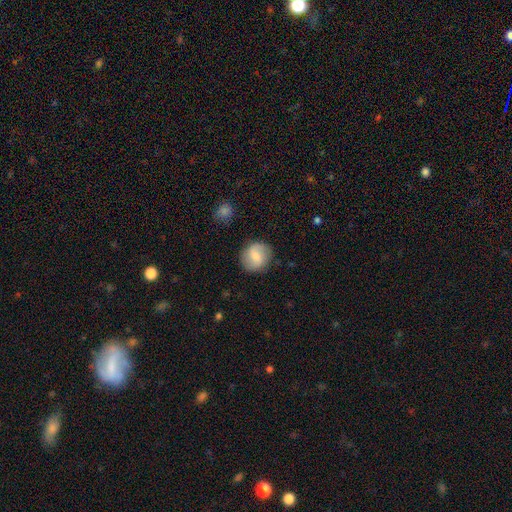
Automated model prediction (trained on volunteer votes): A featured or disk galaxy (47%). Merging: none (84%).